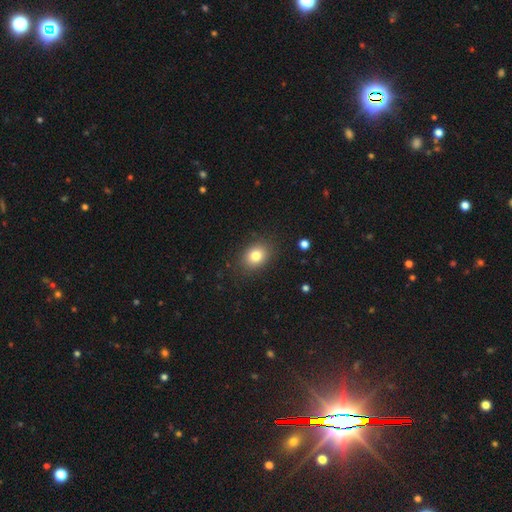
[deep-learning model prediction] smooth 80%, star or artifact 11%, featured or disk 9%. Down the decision tree: how rounded — in between (53%); merging — none (86%).